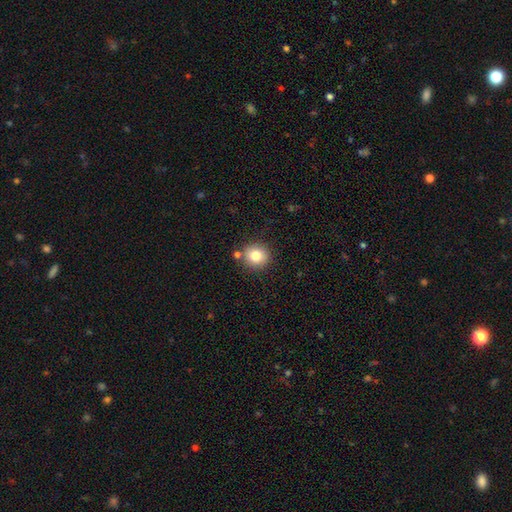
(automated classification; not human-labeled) This is clearly a smooth galaxy (80%). How rounded: clearly round (90%). Merging: clearly none (82%).